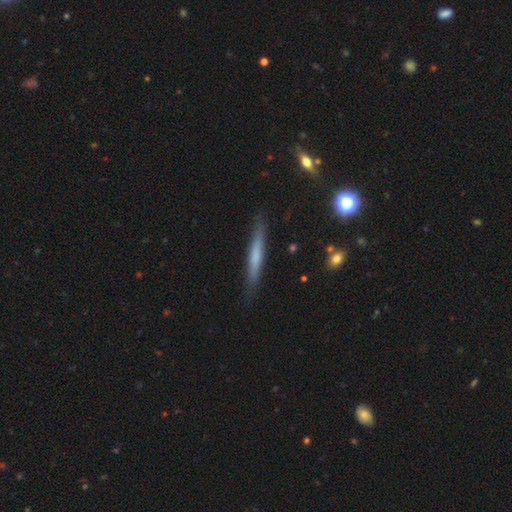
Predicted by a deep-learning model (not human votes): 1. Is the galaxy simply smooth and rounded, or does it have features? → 56% smooth, 37% featured or disk, 7% star or artifact.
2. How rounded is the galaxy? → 95% cigar-shaped, 4% in between, 1% round.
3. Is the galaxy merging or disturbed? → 87% none, 10% minor disturbance, 2% major disturbance, 1% merger.